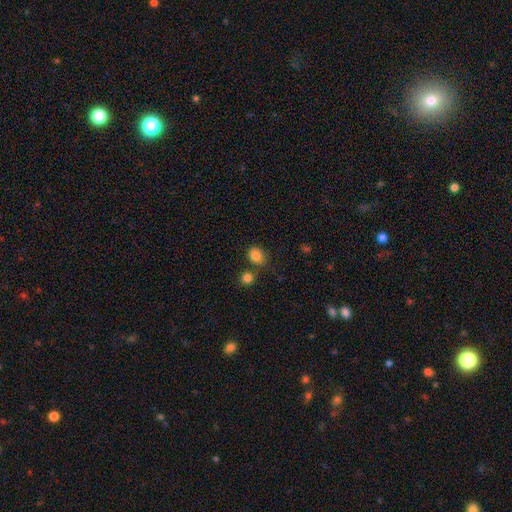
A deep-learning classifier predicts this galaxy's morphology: This appears to be a smooth galaxy with no disk features (84%) that is round (50%). Merging: none (67%).